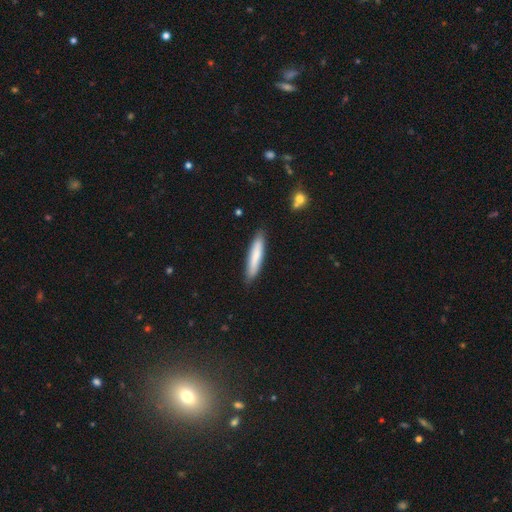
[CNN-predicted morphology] Smooth or featured?
  - smooth: 77% *
  - featured or disk: 18%
  - star or artifact: 5%
How rounded?
  - cigar-shaped: 86% *
  - in between: 12%
  - round: 1%
Merging?
  - none: 86% *
  - minor disturbance: 11%
  - major disturbance: 2%
  - merger: 1%